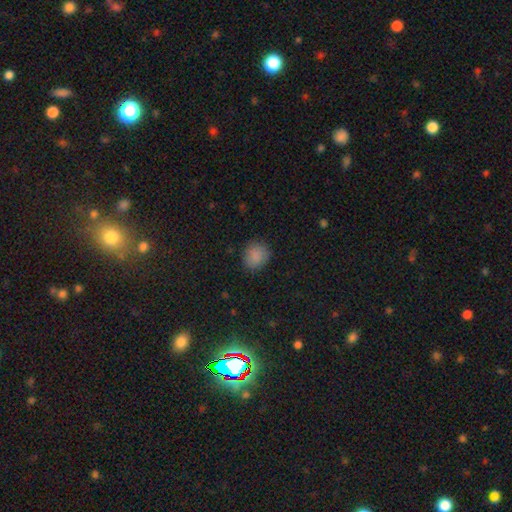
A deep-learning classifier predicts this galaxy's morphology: smooth-or-featured: smooth: 86% | star or artifact: 10% | featured or disk: 4%
  how-rounded: round: 75% | in between: 24% | cigar-shaped: 1%
  merging: none: 84% | minor disturbance: 12% | major disturbance: 3% | merger: 1%